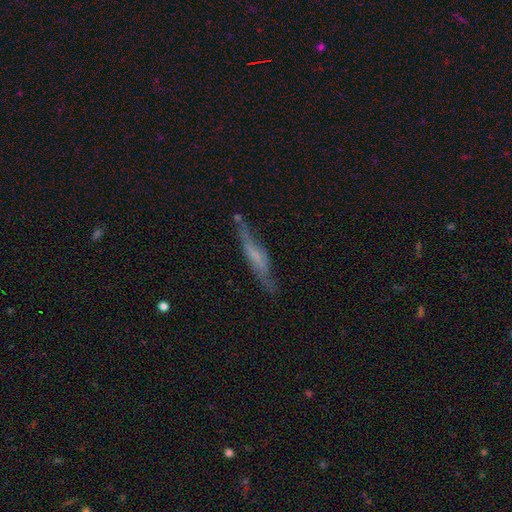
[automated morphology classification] This appears to be a featured or disk galaxy (57%) viewed edge-on (77%). Merging: none (65%).